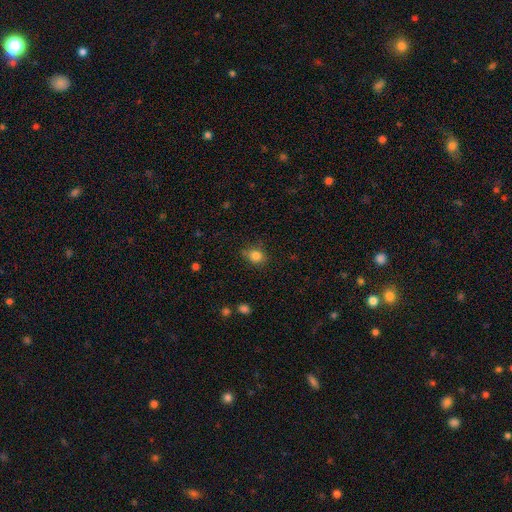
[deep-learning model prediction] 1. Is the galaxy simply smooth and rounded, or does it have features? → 82% smooth, 12% star or artifact, 6% featured or disk.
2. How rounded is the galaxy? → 65% round, 34% in between, 1% cigar-shaped.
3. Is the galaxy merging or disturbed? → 70% none, 23% minor disturbance, 5% major disturbance, 2% merger.